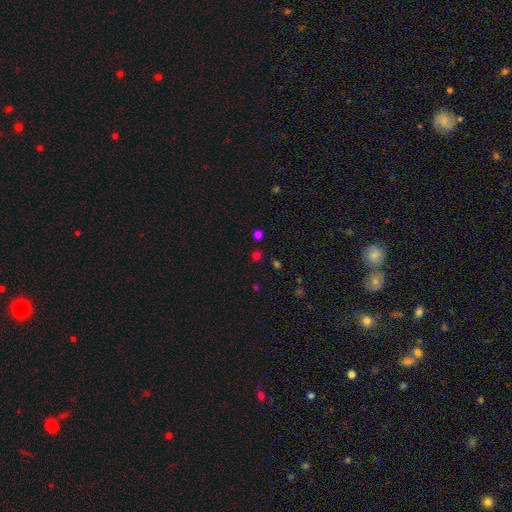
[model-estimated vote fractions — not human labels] smooth 61%, star or artifact 34%, featured or disk 5%. Down the decision tree: how rounded — round (86%); merging — none (83%).